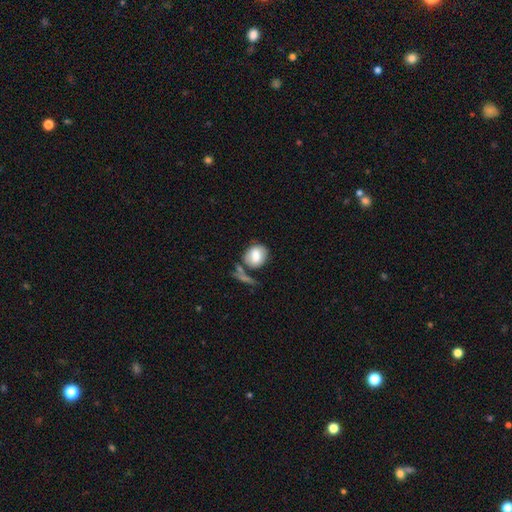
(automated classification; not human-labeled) A smooth galaxy with no disk features (77%) that is round (54%). Merging: none (49%).